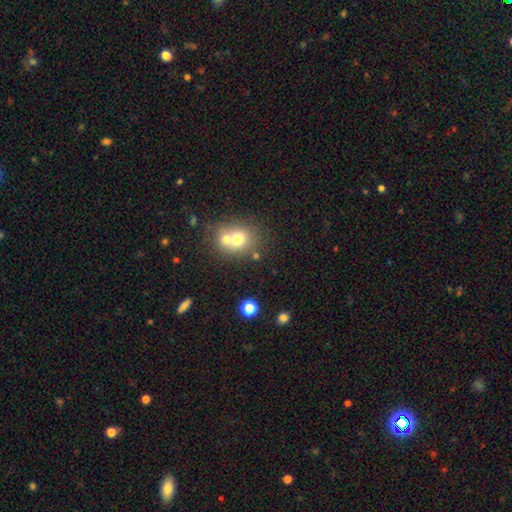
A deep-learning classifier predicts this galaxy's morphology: smooth_or_featured: smooth (p=0.63) [alt: star or artifact p=0.25]
how_rounded: in between (p=0.52) [alt: round p=0.46]
merging: none (p=0.78) [alt: minor disturbance p=0.11]